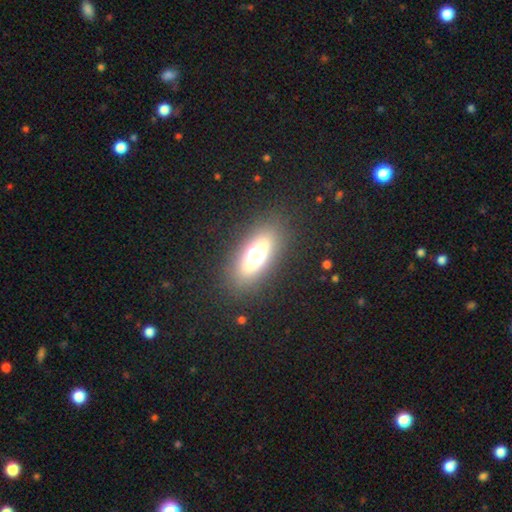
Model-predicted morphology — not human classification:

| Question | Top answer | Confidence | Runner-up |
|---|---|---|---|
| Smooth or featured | smooth | 56% | featured or disk (28%) |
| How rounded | in between | 73% | cigar-shaped (19%) |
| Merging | none | 85% | minor disturbance (9%) |